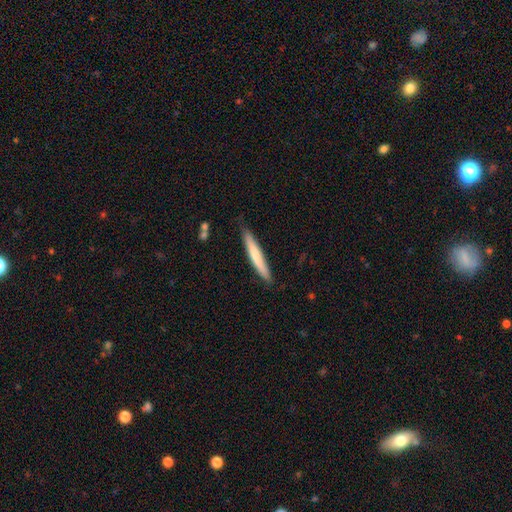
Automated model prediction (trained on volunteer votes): A smooth galaxy with no disk features (65%) that is cigar-shaped (95%).

Vote fractions:
- Smooth or featured? smooth: 65% / featured or disk: 30% / star or artifact: 5%
- How rounded? cigar-shaped: 95% / in between: 4% / round: 1%
- Merging? none: 85% / minor disturbance: 12% / major disturbance: 2% / merger: 1%